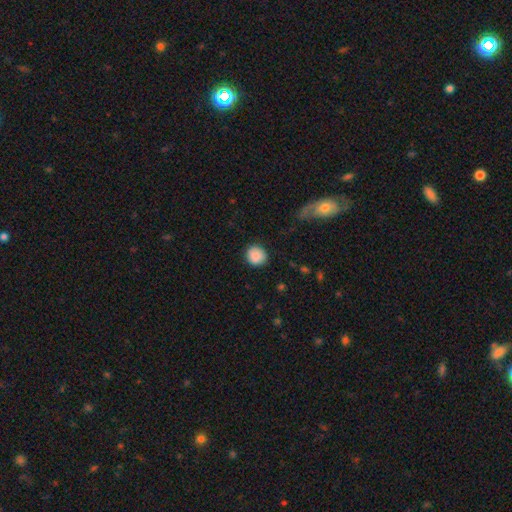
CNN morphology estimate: A smooth galaxy with no disk features (87%) that is round (87%). Merging: none (85%).